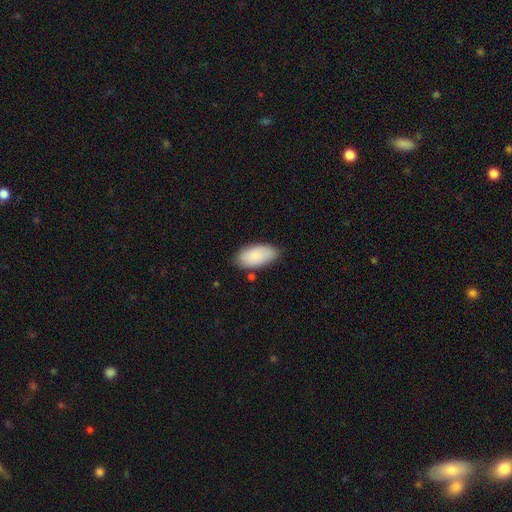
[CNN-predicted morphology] Overall: smooth (82%). How rounded: in between (94%). Merging: none (80%).